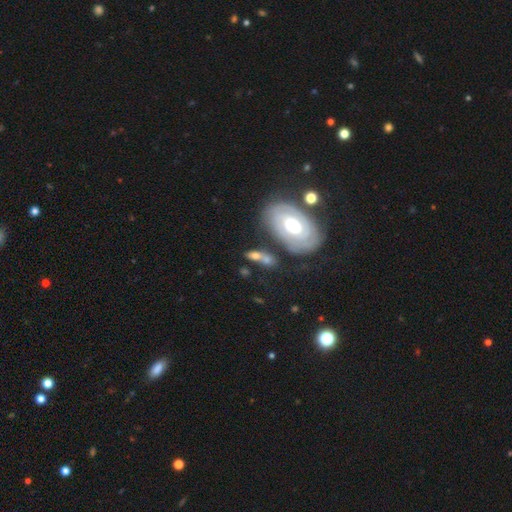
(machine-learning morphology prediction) type=smooth (48%); merging=none (51%).